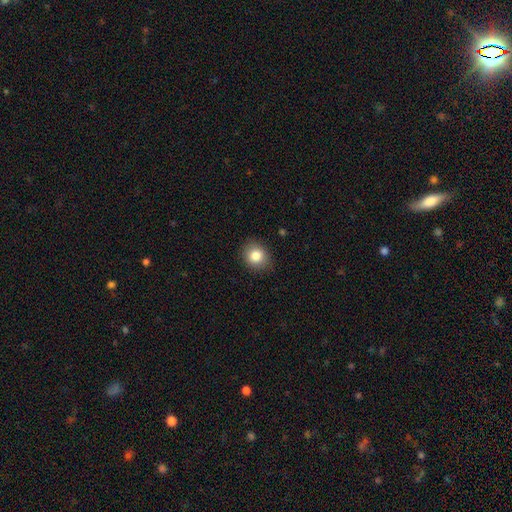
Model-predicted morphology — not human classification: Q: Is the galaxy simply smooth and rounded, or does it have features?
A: smooth — 83%.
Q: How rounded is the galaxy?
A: round — 71%.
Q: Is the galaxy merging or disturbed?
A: none — 85%.